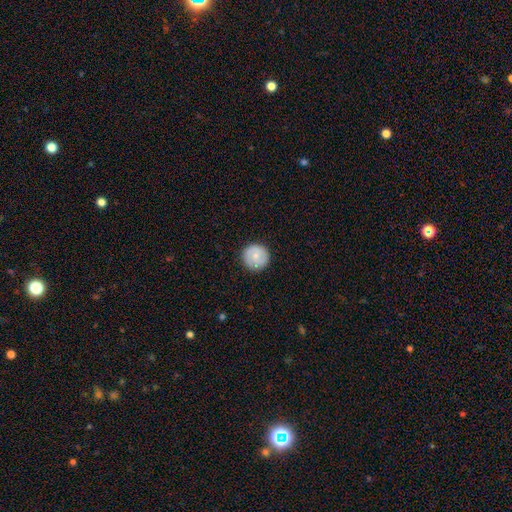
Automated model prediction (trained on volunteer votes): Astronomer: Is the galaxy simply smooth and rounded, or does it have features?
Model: smooth — 68%.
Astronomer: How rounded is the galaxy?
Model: round — 95%.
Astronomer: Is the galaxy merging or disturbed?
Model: none — 90%.